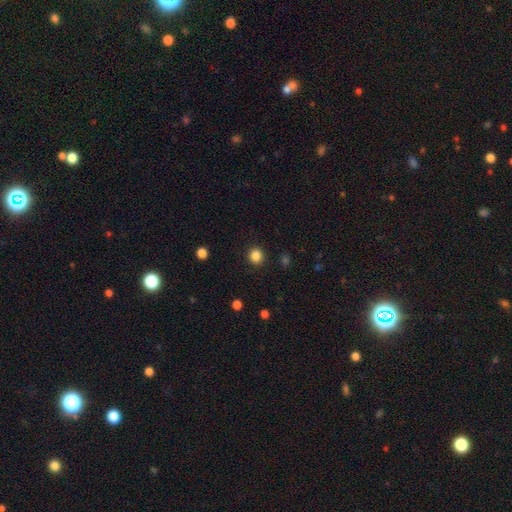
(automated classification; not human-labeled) Morphology: type=smooth (85%); roundness=round (91%); merging=none (91%).